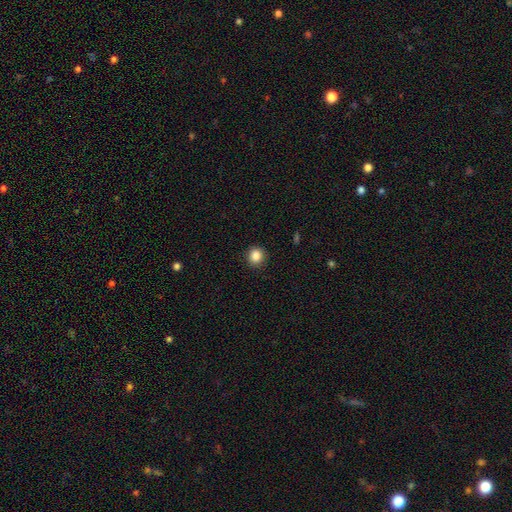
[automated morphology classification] smooth-or-featured: smooth: 86% | star or artifact: 10% | featured or disk: 4%
  how-rounded: round: 88% | in between: 11% | cigar-shaped: 1%
  merging: none: 91% | minor disturbance: 6% | major disturbance: 2% | merger: 1%